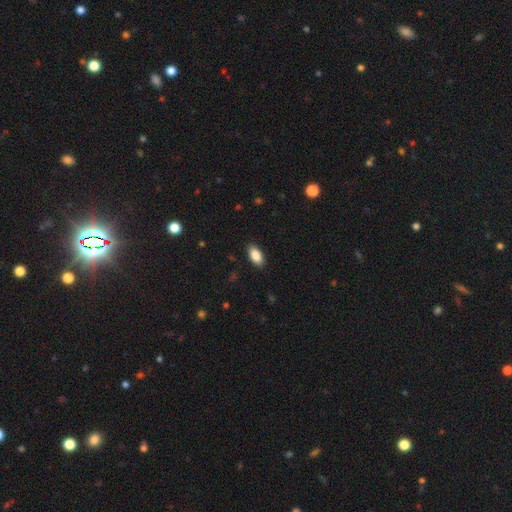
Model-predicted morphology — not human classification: This appears to be a smooth galaxy with no disk features (88%) that is in between round and cigar-shaped (93%). Merging: none (88%).